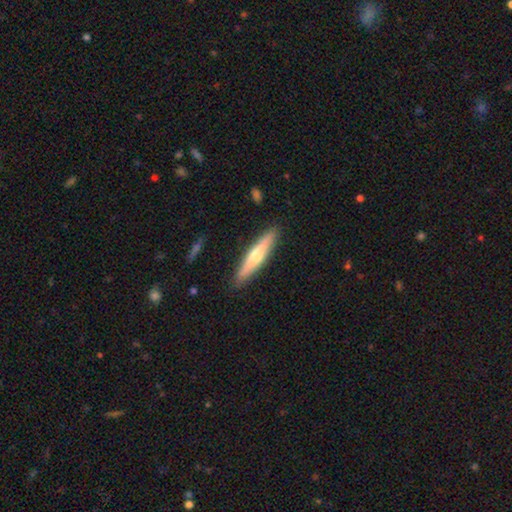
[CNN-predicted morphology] Smooth or featured?
  - featured or disk: 49% *
  - smooth: 45%
  - star or artifact: 5%
Merging?
  - none: 90% *
  - minor disturbance: 8%
  - major disturbance: 2%
  - merger: 1%